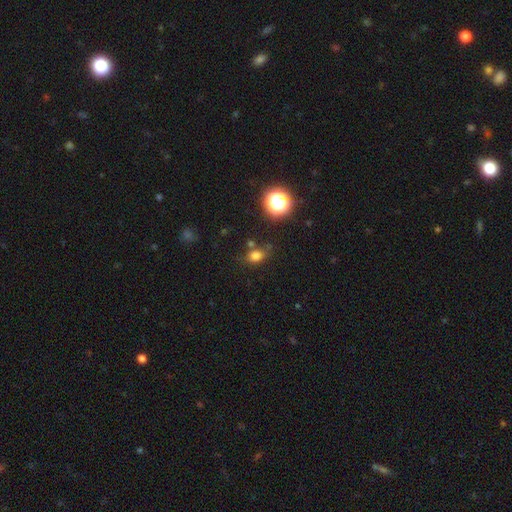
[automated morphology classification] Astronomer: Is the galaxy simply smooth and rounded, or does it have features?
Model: smooth — 75%.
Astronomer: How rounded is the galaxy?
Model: in between — 56% (runner-up: round, 42%).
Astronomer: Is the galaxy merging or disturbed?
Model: none — 69%.